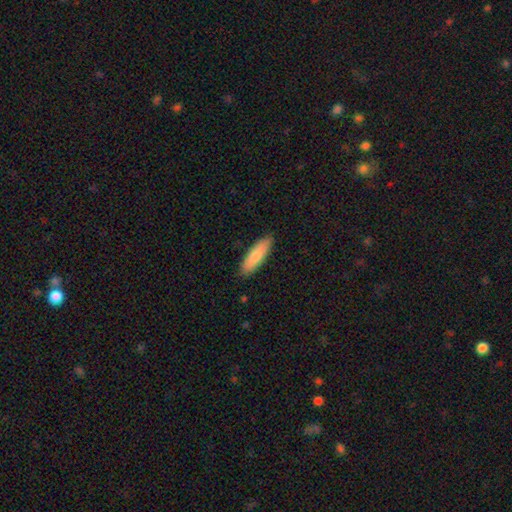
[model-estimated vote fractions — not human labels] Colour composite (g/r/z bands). It shows a smooth galaxy with no disk features (82%) that is cigar-shaped (54%). Merging: none (88%).